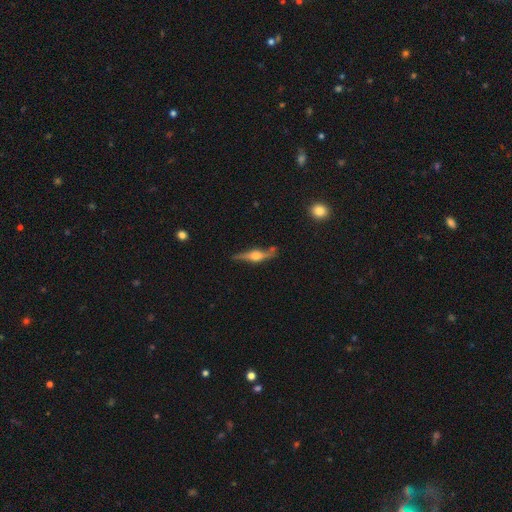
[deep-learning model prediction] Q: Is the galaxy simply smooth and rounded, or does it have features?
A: featured or disk — 76%.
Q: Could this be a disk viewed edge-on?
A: yes — 93%.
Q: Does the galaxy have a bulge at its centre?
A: rounded — 92%.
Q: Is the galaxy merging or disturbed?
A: none — 76%.